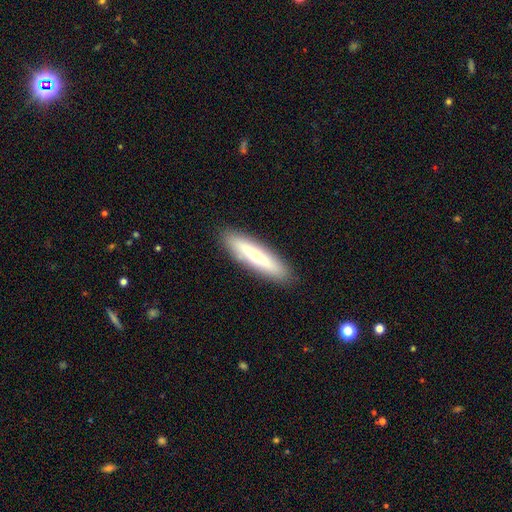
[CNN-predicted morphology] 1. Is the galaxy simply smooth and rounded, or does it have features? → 58% smooth, 34% featured or disk, 8% star or artifact.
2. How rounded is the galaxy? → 79% cigar-shaped, 19% in between, 2% round.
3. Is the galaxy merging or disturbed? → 90% none, 7% minor disturbance, 2% major disturbance, 1% merger.